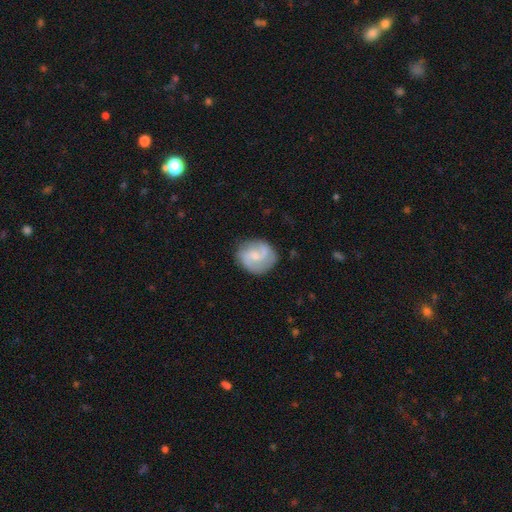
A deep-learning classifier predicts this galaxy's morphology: Overall: featured or disk (73%). Edge-on disk: no (98%). Bar: no (48%; weak 44%). Spiral arms: yes (93%). Spiral arm count: 2 (78%). Spiral winding: medium (49%; tight 26%). Bulge size: small (54%; moderate 37%). Merging: none (77%).